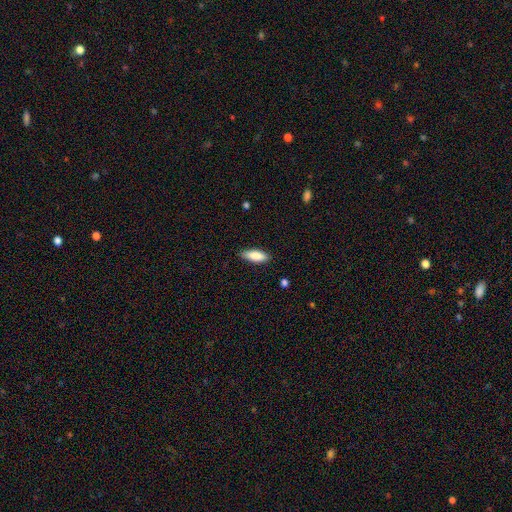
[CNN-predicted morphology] smooth_or_featured: smooth (p=0.86) [alt: featured or disk p=0.08]
how_rounded: in between (p=0.73) [alt: cigar-shaped p=0.25]
merging: none (p=0.85) [alt: minor disturbance p=0.12]